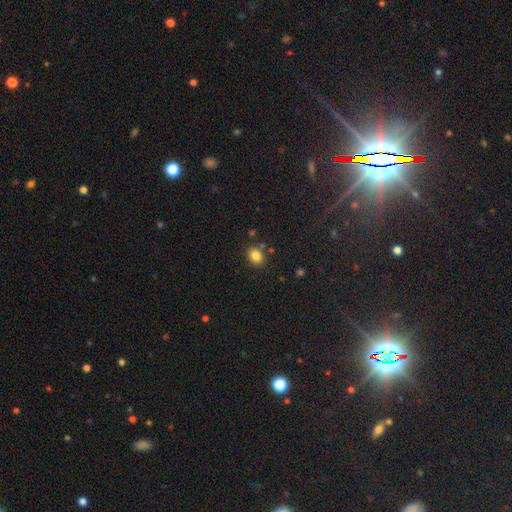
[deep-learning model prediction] This is clearly a smooth galaxy (84%). How rounded: possibly in between (52%). Merging: clearly none (82%).